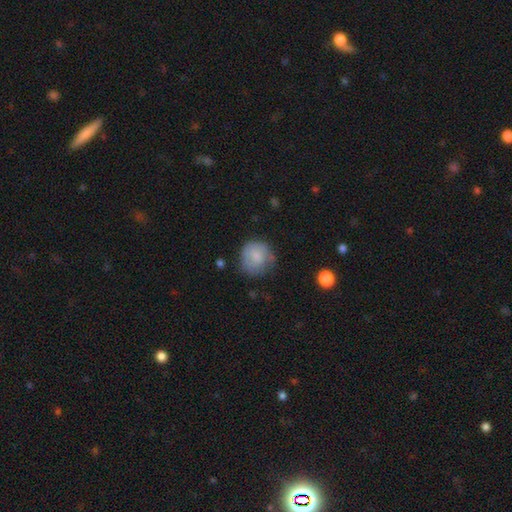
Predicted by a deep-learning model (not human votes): smooth-or-featured: smooth: 74% | featured or disk: 19% | star or artifact: 7%
  how-rounded: round: 84% | in between: 15% | cigar-shaped: 1%
  merging: none: 61% | minor disturbance: 26% | major disturbance: 11% | merger: 2%